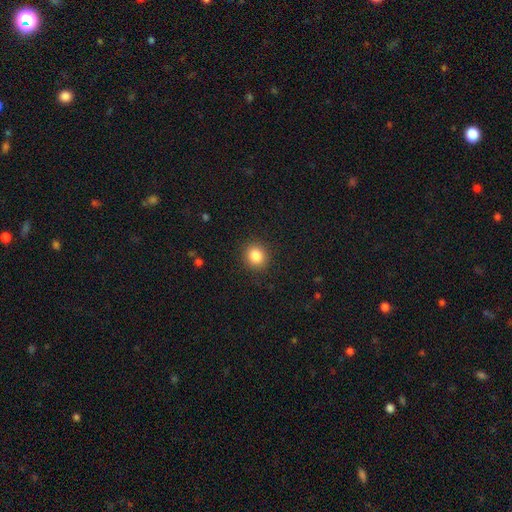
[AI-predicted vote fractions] Smooth or featured: smooth — 85% (star or artifact — 10%)
How rounded: round — 85% (in between — 14%)
Merging: none — 90% (minor disturbance — 7%)